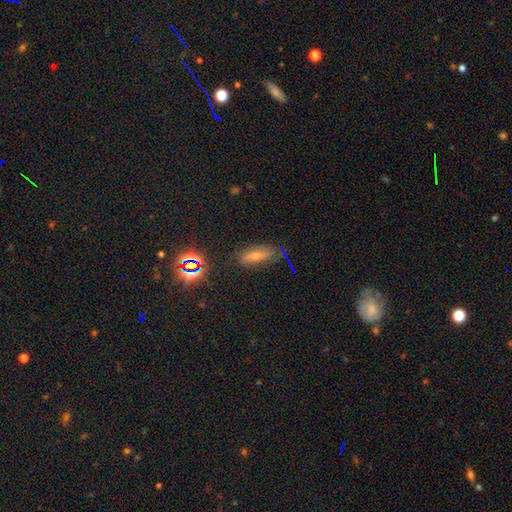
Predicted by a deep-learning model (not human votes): Q: Smooth or featured?
A: smooth (42%); runner-up: star or artifact (30%)
Q: Merging?
A: none (69%); runner-up: minor disturbance (21%)